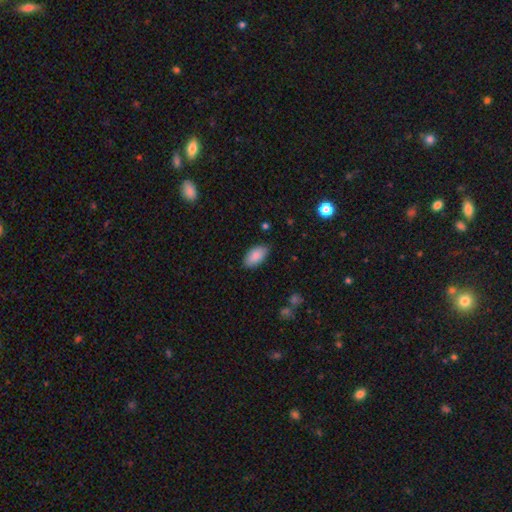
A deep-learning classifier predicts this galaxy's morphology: The model was most divided on "merging": none: 82%, minor disturbance: 14%, major disturbance: 3%, merger: 1%. More confident: how rounded — in between (94%); smooth or featured — smooth (87%).